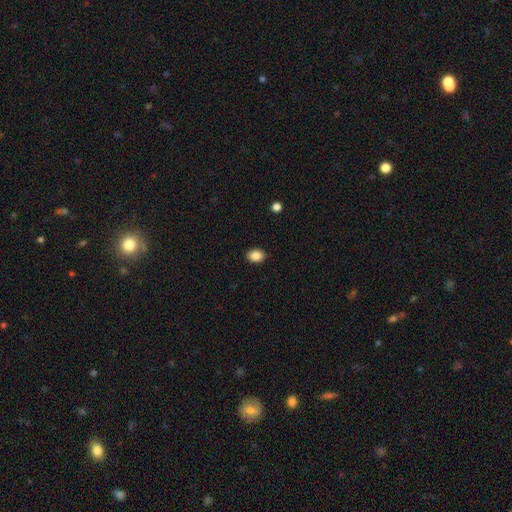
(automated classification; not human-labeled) This is clearly a smooth galaxy (87%). How rounded: likely in between (73%). Merging: clearly none (89%).